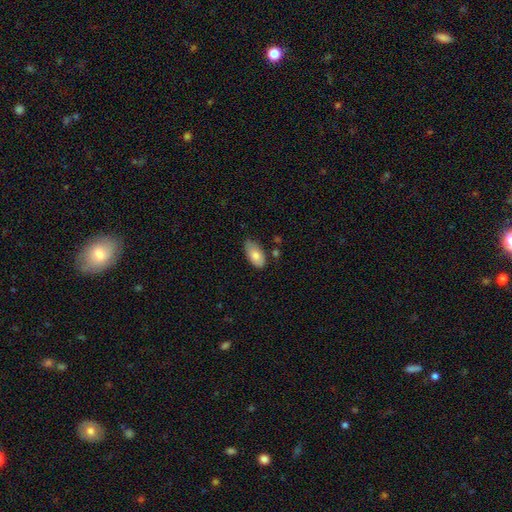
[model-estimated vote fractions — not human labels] Smooth or featured: smooth — 81% (featured or disk — 13%)
How rounded: in between — 94% (round — 3%)
Merging: none — 64% (minor disturbance — 27%)